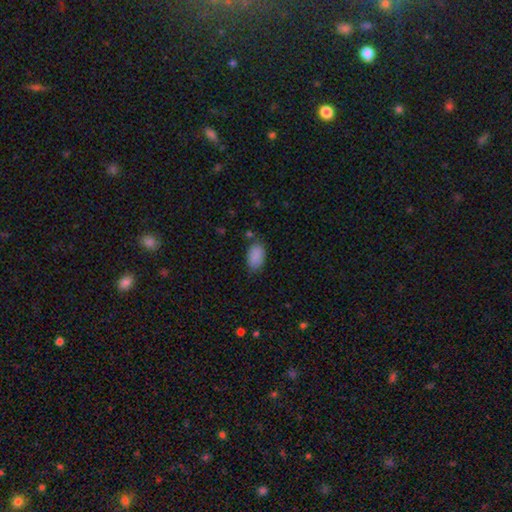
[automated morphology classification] A smooth galaxy with no disk features (89%) that is in between round and cigar-shaped (93%). Merging: none (75%).